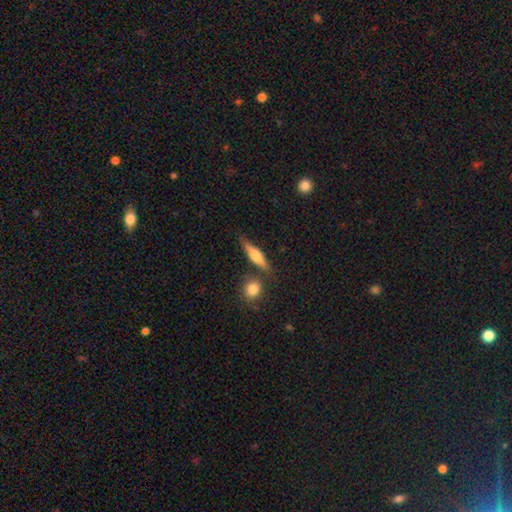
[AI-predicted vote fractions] smooth_or_featured: featured or disk (p=0.48) [alt: smooth p=0.45]
merging: none (p=0.75) [alt: minor disturbance p=0.11]